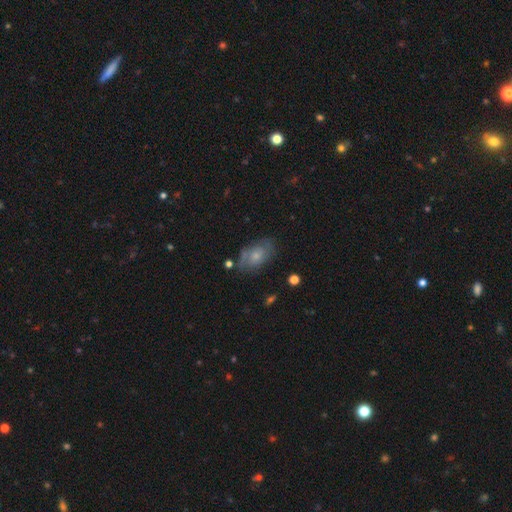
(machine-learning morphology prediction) This is possibly a smooth galaxy (49%). Merging: likely none (66%).